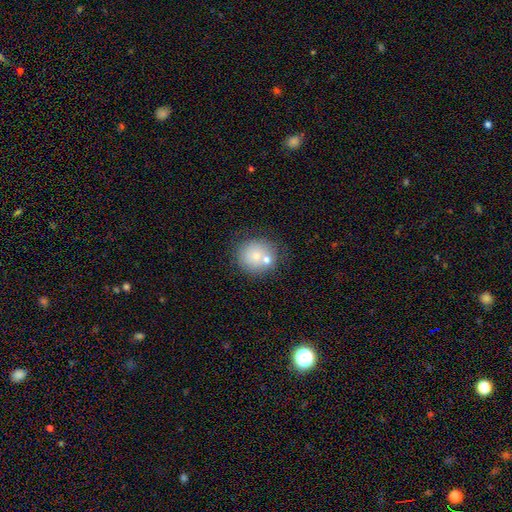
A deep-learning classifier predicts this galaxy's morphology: Smooth or featured: smooth — 72% (featured or disk — 18%)
How rounded: round — 89% (in between — 10%)
Merging: none — 58% (merger — 26%)